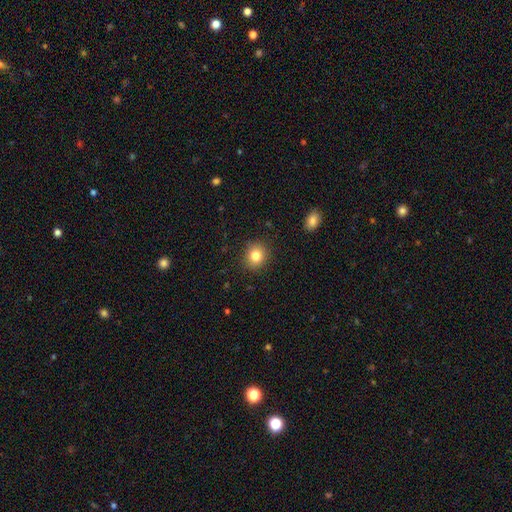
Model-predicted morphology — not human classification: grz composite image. It shows a smooth galaxy with no disk features (82%) that is round (81%). Merging: none (89%).